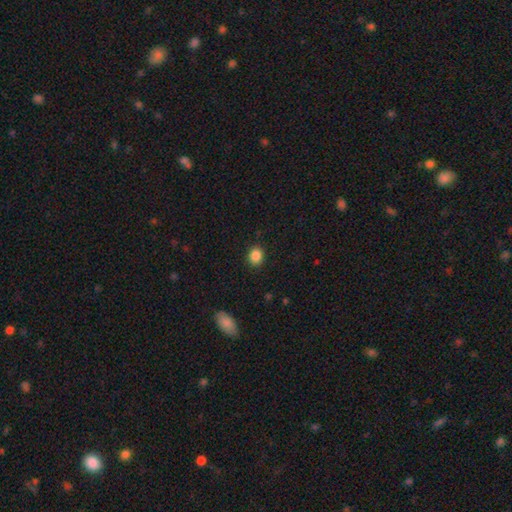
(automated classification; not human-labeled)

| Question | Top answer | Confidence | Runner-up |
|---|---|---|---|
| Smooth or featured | smooth | 87% | star or artifact (10%) |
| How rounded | round | 65% | in between (34%) |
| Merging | none | 90% | minor disturbance (7%) |